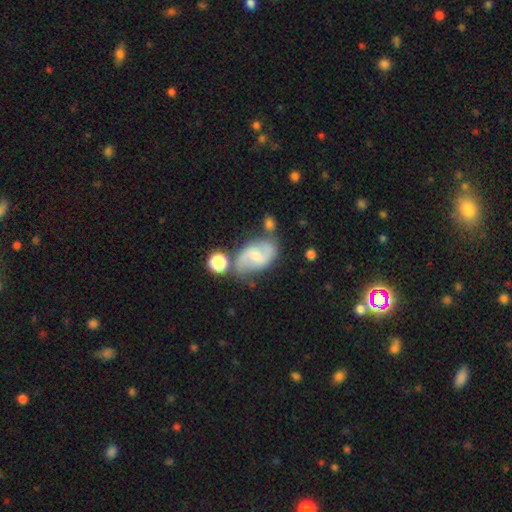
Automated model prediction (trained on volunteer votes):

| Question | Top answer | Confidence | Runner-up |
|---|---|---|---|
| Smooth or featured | featured or disk | 73% | smooth (19%) |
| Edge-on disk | no | 97% | yes (3%) |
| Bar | weak | 53% | no (26%) |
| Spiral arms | yes | 91% | no (9%) |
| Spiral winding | loose | 44% | medium (43%) |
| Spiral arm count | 2 | 88% | can't tell (7%) |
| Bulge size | small | 46% | moderate (42%) |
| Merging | none | 60% | minor disturbance (20%) |